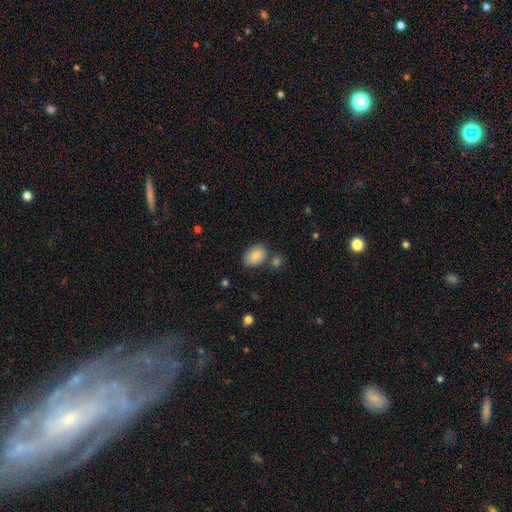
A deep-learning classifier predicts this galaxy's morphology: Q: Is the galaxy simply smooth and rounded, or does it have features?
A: smooth — 83%.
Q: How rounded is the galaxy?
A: in between — 84%.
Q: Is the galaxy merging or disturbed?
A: none — 72%.